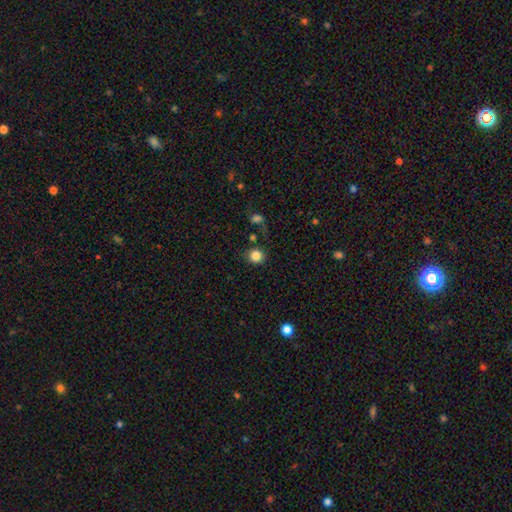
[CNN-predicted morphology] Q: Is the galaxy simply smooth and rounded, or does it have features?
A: smooth — 85%.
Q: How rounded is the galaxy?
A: round — 84%.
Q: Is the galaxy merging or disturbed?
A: none — 77%.